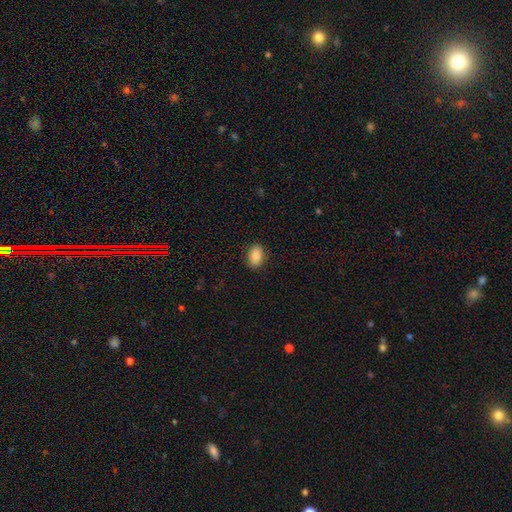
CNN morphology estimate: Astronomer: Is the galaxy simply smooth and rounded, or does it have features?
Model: smooth — 88%.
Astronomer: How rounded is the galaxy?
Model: in between — 85%.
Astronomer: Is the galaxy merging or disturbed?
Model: none — 89%.